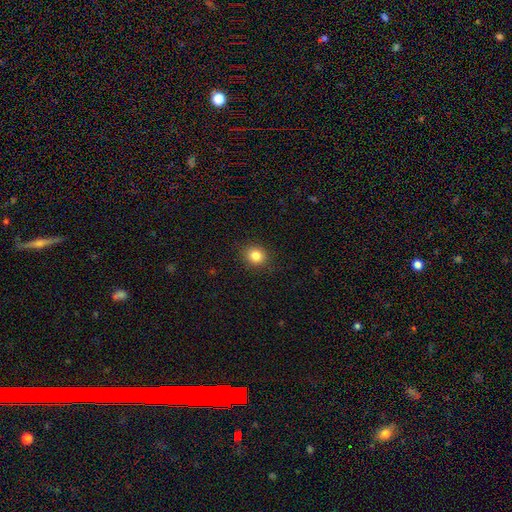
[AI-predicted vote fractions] Overall: smooth (84%). How rounded: round (78%). Merging: none (89%).